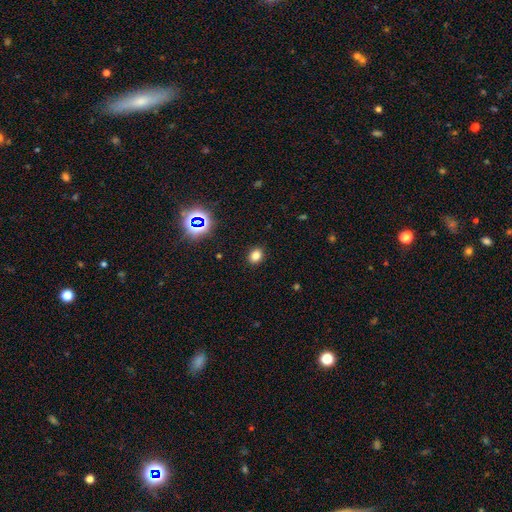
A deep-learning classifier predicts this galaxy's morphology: Smooth or featured? smooth (78%)
How rounded? round (59%)
Merging? none (90%)